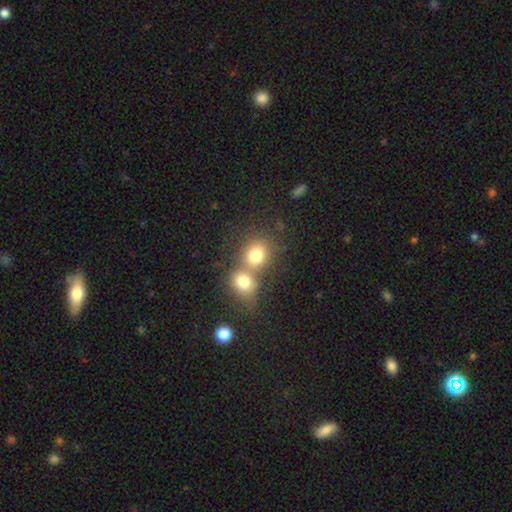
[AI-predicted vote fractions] smooth_or_featured: smooth (p=0.77) [alt: featured or disk p=0.11]
how_rounded: round (p=0.68) [alt: in between p=0.31]
merging: merger (p=0.58) [alt: none p=0.32]